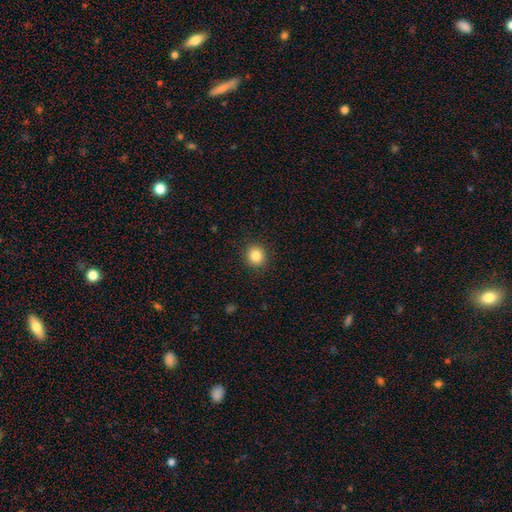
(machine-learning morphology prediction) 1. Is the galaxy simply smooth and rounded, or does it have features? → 85% smooth, 10% star or artifact, 5% featured or disk.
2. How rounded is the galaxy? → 87% round, 12% in between, 1% cigar-shaped.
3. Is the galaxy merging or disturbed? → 91% none, 6% minor disturbance, 2% major disturbance, 1% merger.